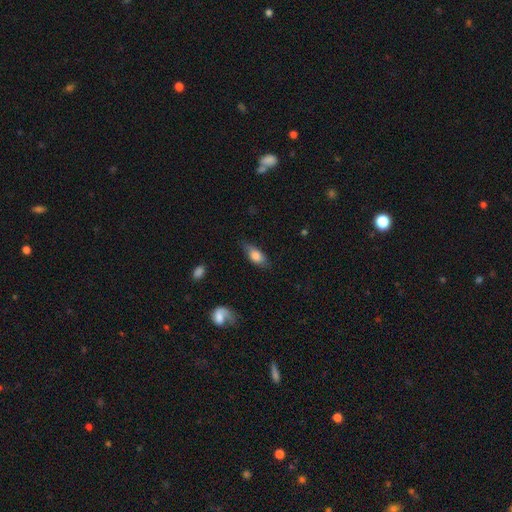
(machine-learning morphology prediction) Q: Smooth or featured?
A: smooth (72%); runner-up: featured or disk (21%)
Q: How rounded?
A: in between (79%); runner-up: cigar-shaped (17%)
Q: Merging?
A: none (70%); runner-up: minor disturbance (23%)